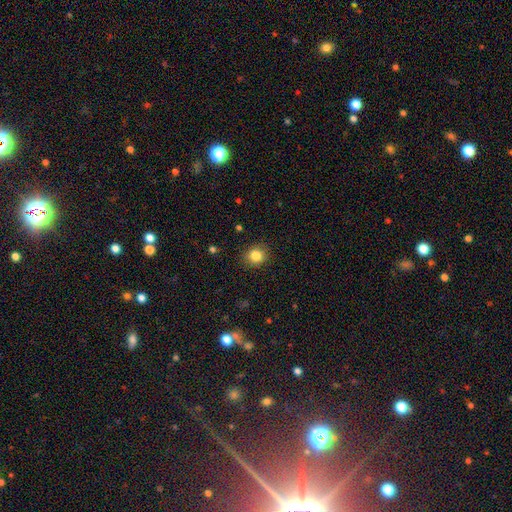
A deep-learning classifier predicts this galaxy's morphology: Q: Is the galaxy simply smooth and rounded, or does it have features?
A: smooth — 84%.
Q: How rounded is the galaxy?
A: round — 79%.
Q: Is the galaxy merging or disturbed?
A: none — 87%.